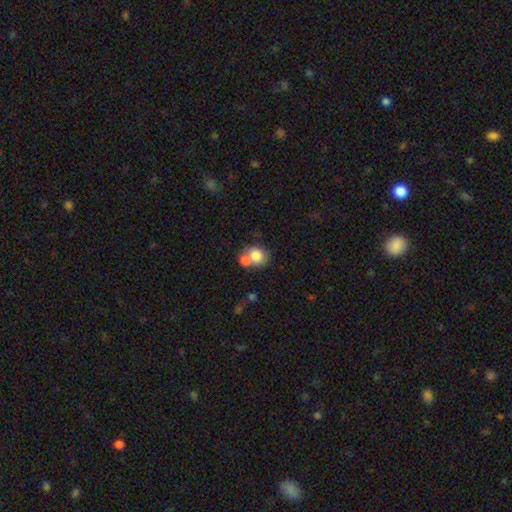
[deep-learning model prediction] A smooth galaxy with no disk features (79%) that is round (72%). Merging: merger (48%).